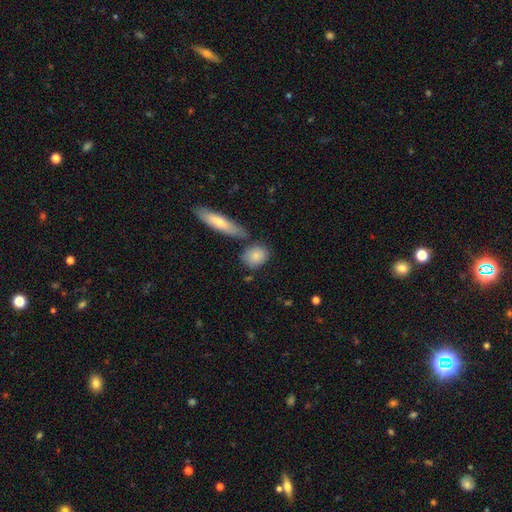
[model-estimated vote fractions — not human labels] Overall: smooth (82%). How rounded: round (49%; in between 44%). Merging: none (68%).